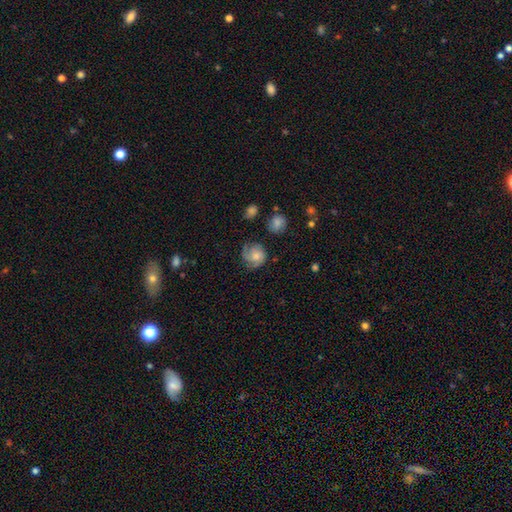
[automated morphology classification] Overall: smooth (48%; featured or disk 43%). Merging: none (60%; minor disturbance 24%).